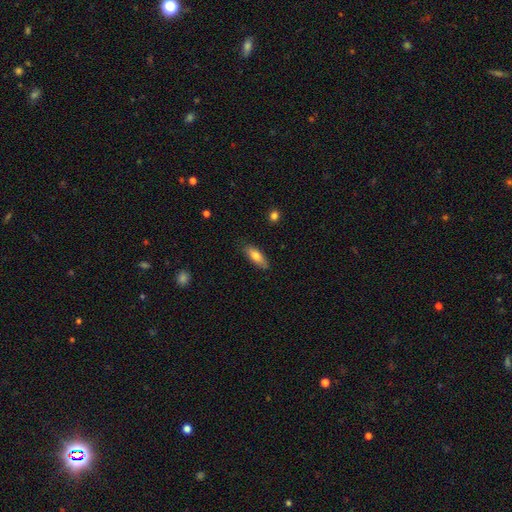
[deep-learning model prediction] smooth-or-featured: smooth: 75% | featured or disk: 18% | star or artifact: 6%
  how-rounded: in between: 70% | cigar-shaped: 27% | round: 2%
  merging: none: 82% | minor disturbance: 14% | major disturbance: 2% | merger: 1%